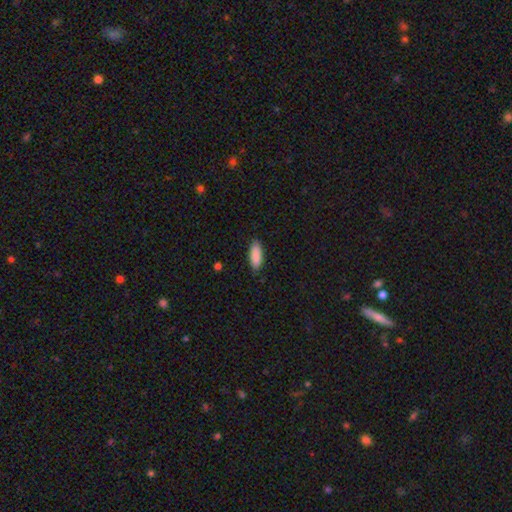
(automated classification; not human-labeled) Smooth or featured: smooth — 89% (star or artifact — 6%)
How rounded: in between — 72% (cigar-shaped — 26%)
Merging: none — 85% (minor disturbance — 11%)